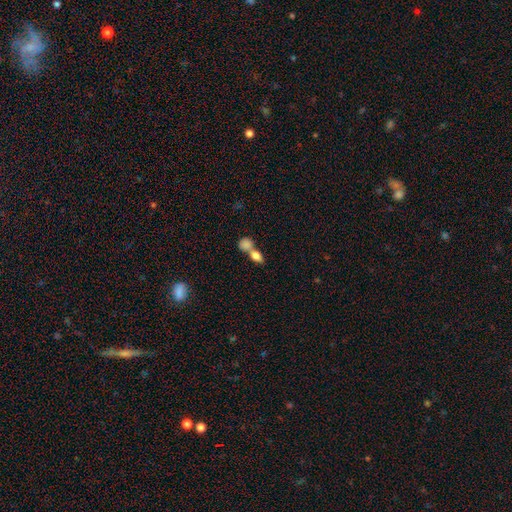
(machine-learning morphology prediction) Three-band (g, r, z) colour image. It shows a smooth galaxy with no disk features (81%) that is in between round and cigar-shaped (76%). Merging: merger (58%).